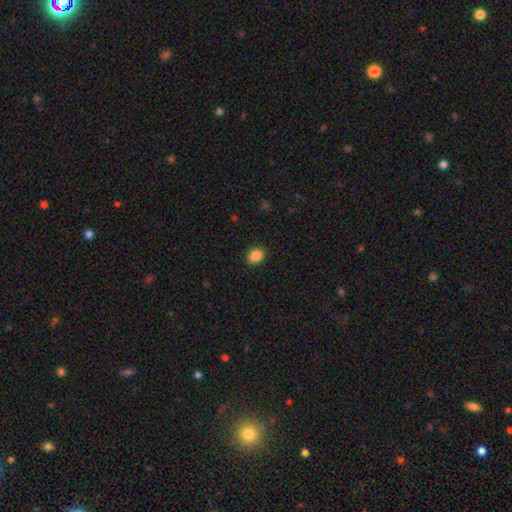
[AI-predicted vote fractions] Q: Smooth or featured?
A: smooth (86%); runner-up: star or artifact (10%)
Q: How rounded?
A: round (52%); runner-up: in between (47%)
Q: Merging?
A: none (91%); runner-up: minor disturbance (6%)